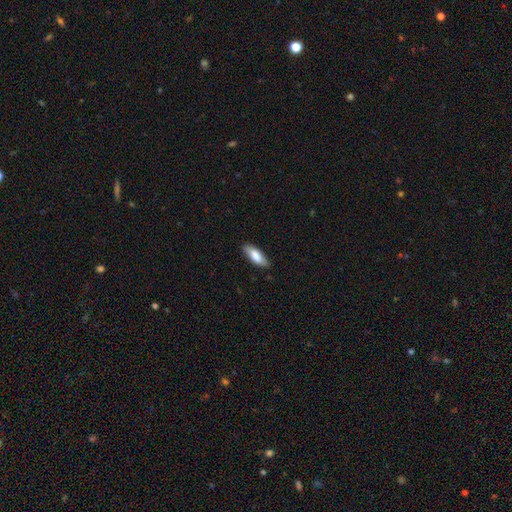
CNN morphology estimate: Smooth or featured? smooth (80%)
How rounded? in between (68%)
Merging? none (82%)